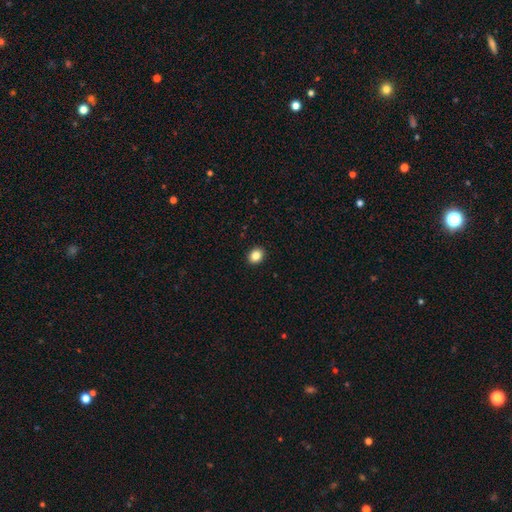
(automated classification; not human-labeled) Smooth or featured?
  - smooth: 85% *
  - star or artifact: 10%
  - featured or disk: 5%
How rounded?
  - round: 51% *
  - in between: 48%
  - cigar-shaped: 1%
Merging?
  - none: 92% *
  - minor disturbance: 6%
  - major disturbance: 2%
  - merger: 1%